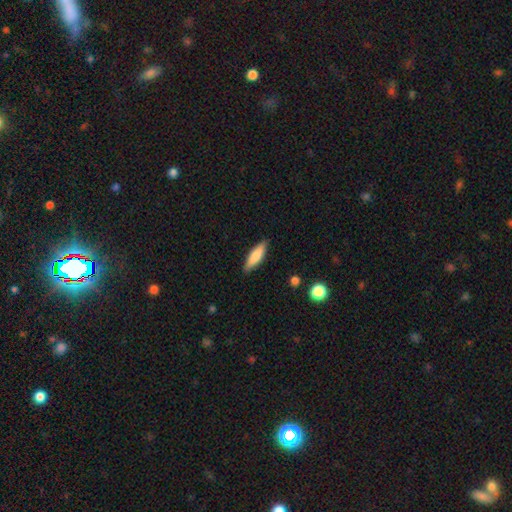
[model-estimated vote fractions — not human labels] A smooth galaxy with no disk features (76%) that is cigar-shaped (62%). Merging: none (87%).